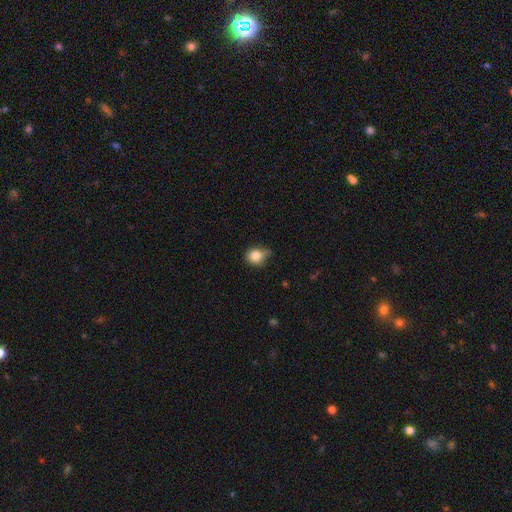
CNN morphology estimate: Smooth or featured: smooth — 83% (star or artifact — 10%)
How rounded: round — 70% (in between — 29%)
Merging: none — 49% (minor disturbance — 40%)